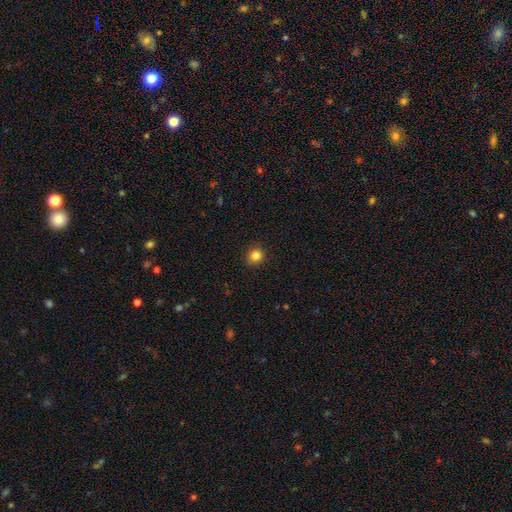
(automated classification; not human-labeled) smooth_or_featured: smooth (p=0.84) [alt: star or artifact p=0.11]
how_rounded: round (p=0.89) [alt: in between p=0.10]
merging: none (p=0.90) [alt: minor disturbance p=0.07]